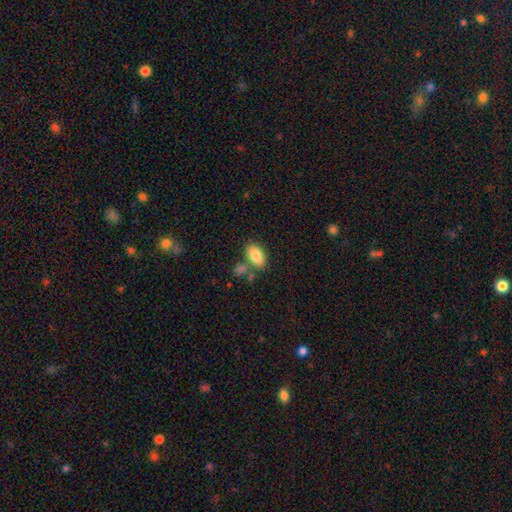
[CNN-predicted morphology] A smooth galaxy with no disk features (85%) that is in between round and cigar-shaped (93%). Merging: none (69%).